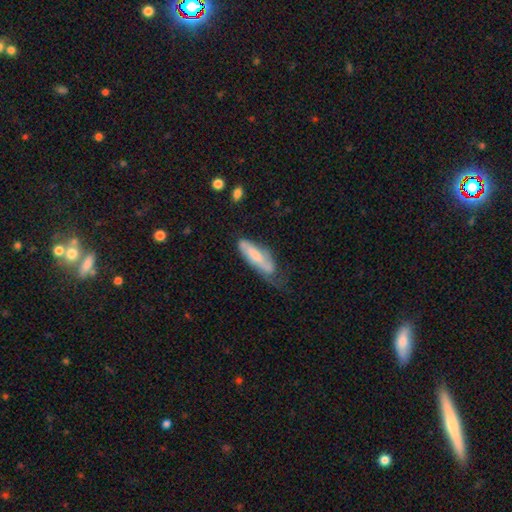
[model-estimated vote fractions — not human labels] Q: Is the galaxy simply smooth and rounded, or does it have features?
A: smooth — 53%.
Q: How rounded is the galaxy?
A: in between — 51%.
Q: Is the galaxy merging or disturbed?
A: minor disturbance — 36%, tied with none.